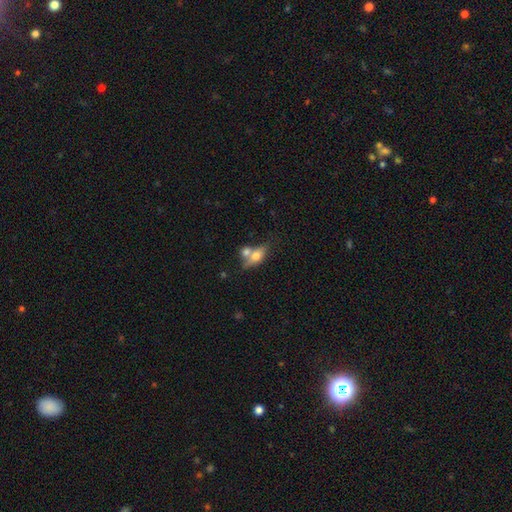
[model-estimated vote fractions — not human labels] A smooth galaxy with no disk features (64%) that is in between round and cigar-shaped (72%). Merging: merger (47%).